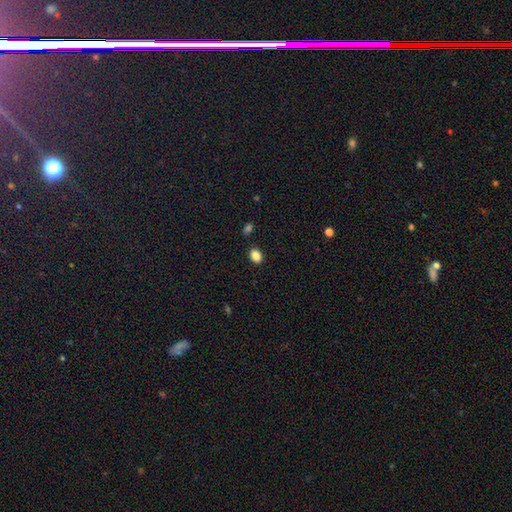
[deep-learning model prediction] Q: Smooth or featured?
A: smooth (86%); runner-up: star or artifact (10%)
Q: How rounded?
A: in between (73%); runner-up: round (26%)
Q: Merging?
A: none (86%); runner-up: minor disturbance (9%)